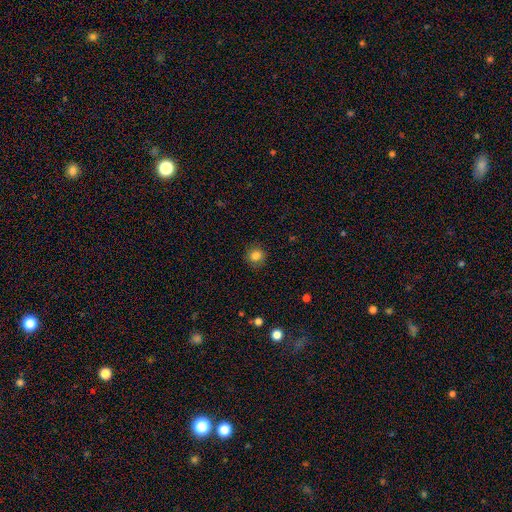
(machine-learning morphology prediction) This is clearly a smooth galaxy (83%). How rounded: clearly round (88%). Merging: clearly none (86%).